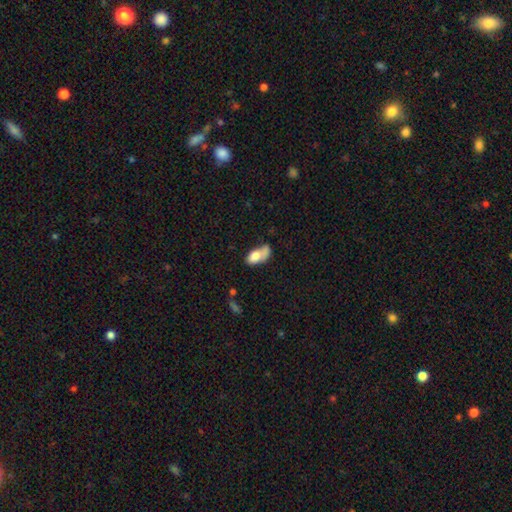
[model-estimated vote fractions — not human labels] Smooth or featured?
  - smooth: 73% *
  - featured or disk: 19%
  - star or artifact: 8%
How rounded?
  - in between: 90% *
  - round: 6%
  - cigar-shaped: 4%
Merging?
  - merger: 30% *
  - none: 27%
  - minor disturbance: 24%
  - major disturbance: 19%